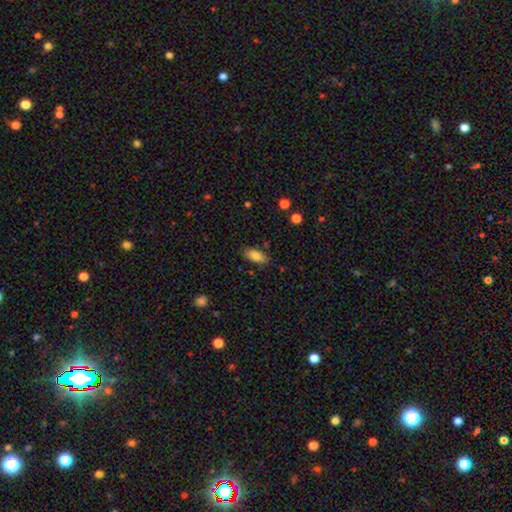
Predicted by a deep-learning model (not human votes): Smooth or featured? Predicted: smooth (p=0.83). How rounded? Predicted: in between (p=0.88). Merging? Predicted: none (p=0.83).